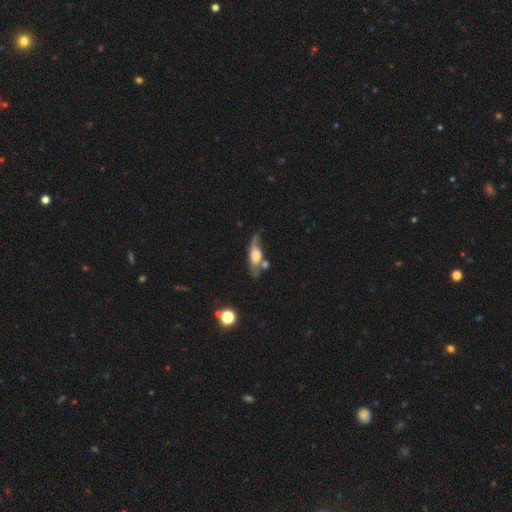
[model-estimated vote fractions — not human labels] featured or disk 53%, smooth 40%, star or artifact 7%. Down the decision tree: edge-on disk — no (50%, tied with yes); merging — none (45%).